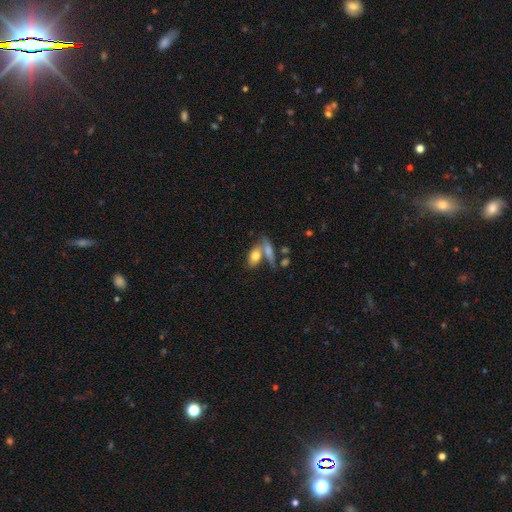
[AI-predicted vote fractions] A smooth galaxy with no disk features (73%) that is in between round and cigar-shaped (83%). Merging: none (43%).